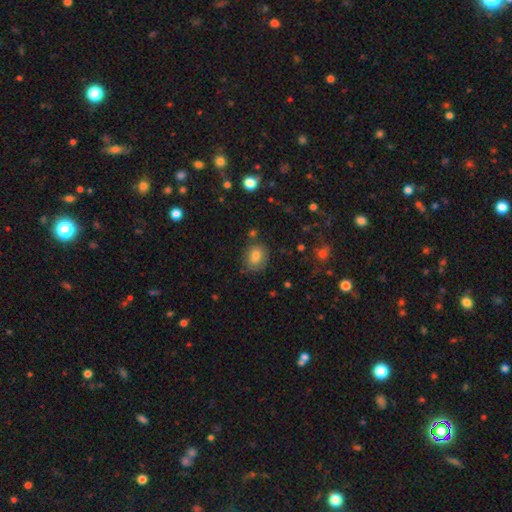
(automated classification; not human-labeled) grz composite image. It shows a smooth galaxy with no disk features (76%) that is round (55%). Merging: none (70%).